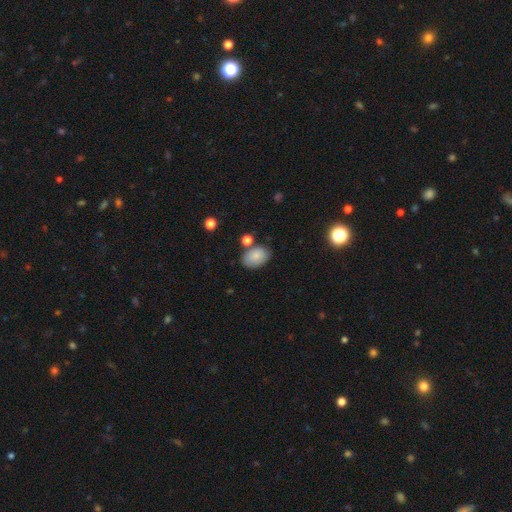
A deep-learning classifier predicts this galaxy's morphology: This is clearly a smooth galaxy (83%). How rounded: clearly in between (87%). Merging: likely none (71%).